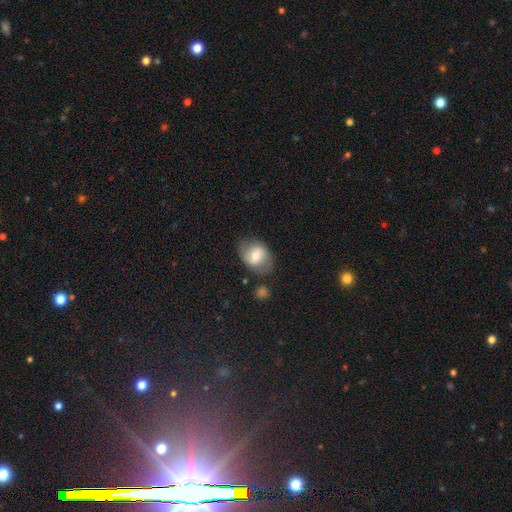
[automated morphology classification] This appears to be a smooth galaxy with no disk features (51%) that is in between round and cigar-shaped (54%). Merging: none (68%).